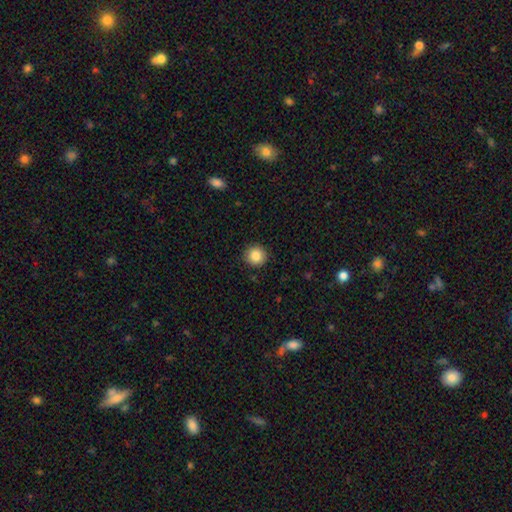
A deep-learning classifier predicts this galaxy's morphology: Overall: smooth (86%). How rounded: round (93%). Merging: none (91%).